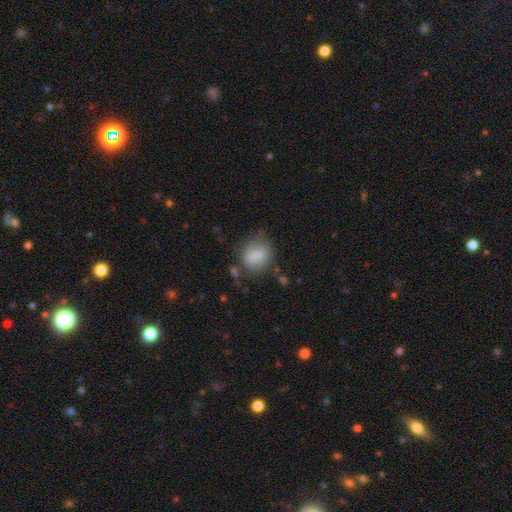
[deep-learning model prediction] A smooth galaxy with no disk features (72%) that is round (49%). Merging: none (66%).